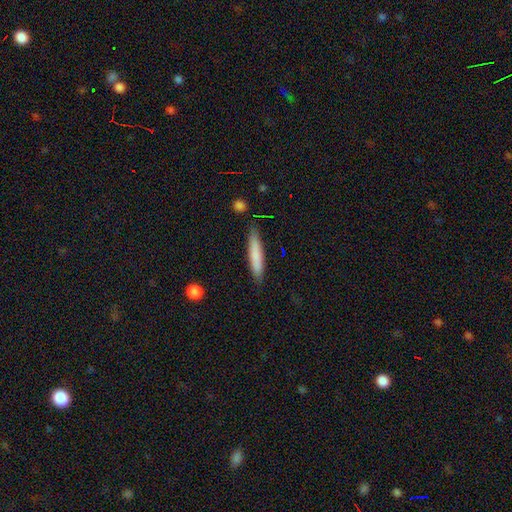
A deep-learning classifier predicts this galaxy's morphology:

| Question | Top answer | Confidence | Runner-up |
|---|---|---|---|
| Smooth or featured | smooth | 77% | featured or disk (17%) |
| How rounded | cigar-shaped | 91% | in between (8%) |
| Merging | none | 84% | minor disturbance (12%) |